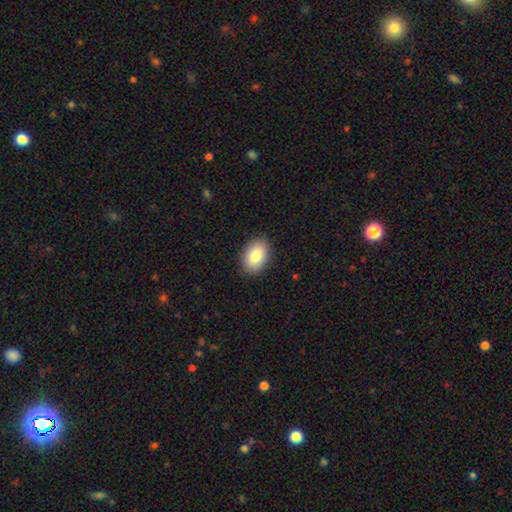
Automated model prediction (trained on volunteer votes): Q: Smooth or featured?
A: smooth (85%); runner-up: featured or disk (9%)
Q: How rounded?
A: in between (88%); runner-up: round (11%)
Q: Merging?
A: none (89%); runner-up: minor disturbance (8%)